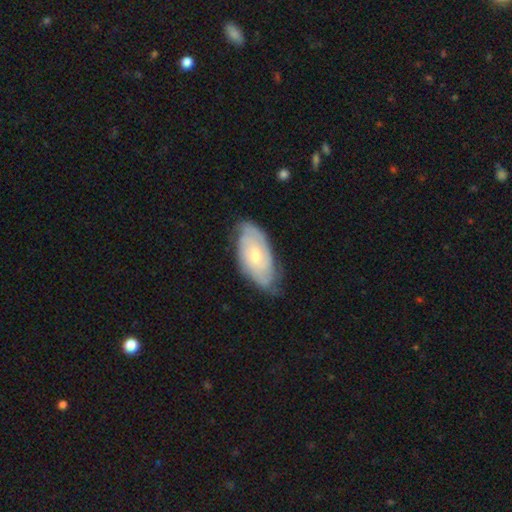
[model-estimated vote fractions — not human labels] Q: Smooth or featured?
A: featured or disk (64%); runner-up: smooth (31%)
Q: Edge-on disk?
A: no (92%); runner-up: yes (8%)
Q: Bar?
A: no (66%); runner-up: weak (29%)
Q: Spiral arms?
A: yes (86%); runner-up: no (14%)
Q: Spiral winding?
A: tight (62%); runner-up: medium (29%)
Q: Spiral arm count?
A: can't tell (45%); runner-up: 2 (36%)
Q: Bulge size?
A: moderate (52%); runner-up: small (42%)
Q: Merging?
A: none (64%); runner-up: minor disturbance (29%)